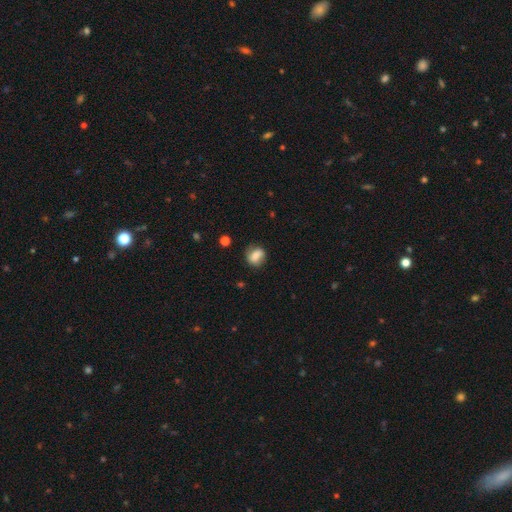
smooth_or_featured: smooth (p=0.69) [alt: featured or disk p=0.23]
how_rounded: in between (p=0.56) [alt: round p=0.44]
merging: none (p=0.78) [alt: minor disturbance p=0.17]